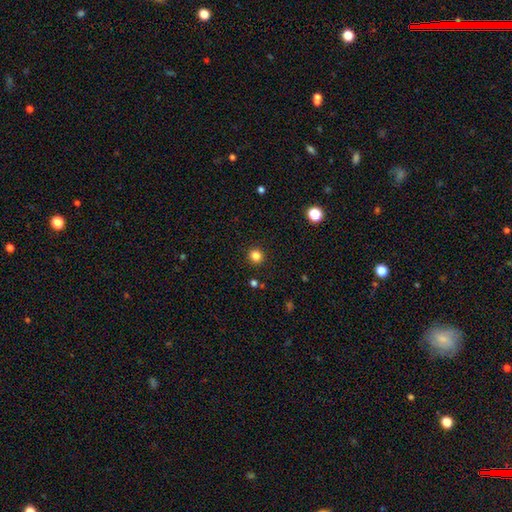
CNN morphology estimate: Smooth or featured? Predicted: smooth (p=0.83). How rounded? Predicted: round (p=0.94). Merging? Predicted: none (p=0.92).